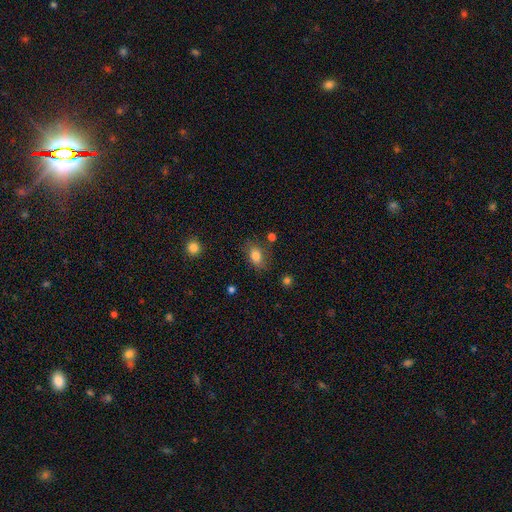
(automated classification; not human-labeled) smooth-or-featured: smooth: 80% | featured or disk: 10% | star or artifact: 10%
  how-rounded: in between: 75% | round: 23% | cigar-shaped: 2%
  merging: none: 72% | minor disturbance: 19% | major disturbance: 5% | merger: 3%